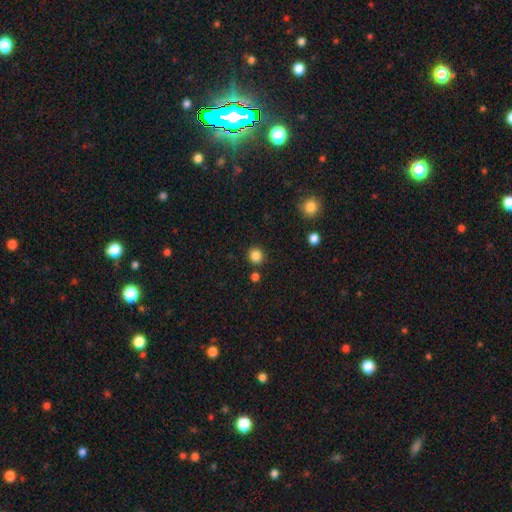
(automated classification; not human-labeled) smooth 84%, star or artifact 12%, featured or disk 4%. Down the decision tree: how rounded — round (92%); merging — none (87%).